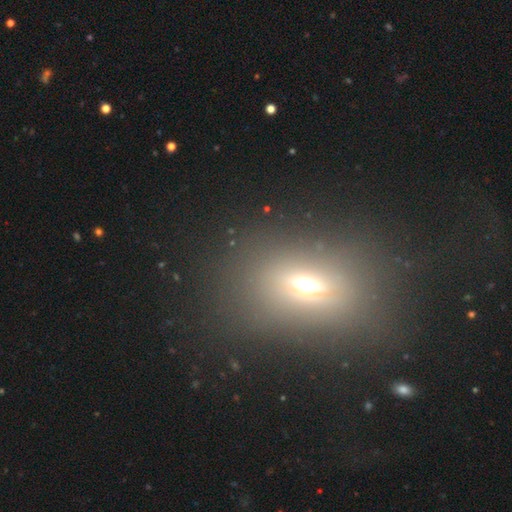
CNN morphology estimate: Smooth or featured: smooth — 50% (star or artifact — 33%)
How rounded: in between — 57% (round — 39%)
Merging: none — 74% (minor disturbance — 12%)